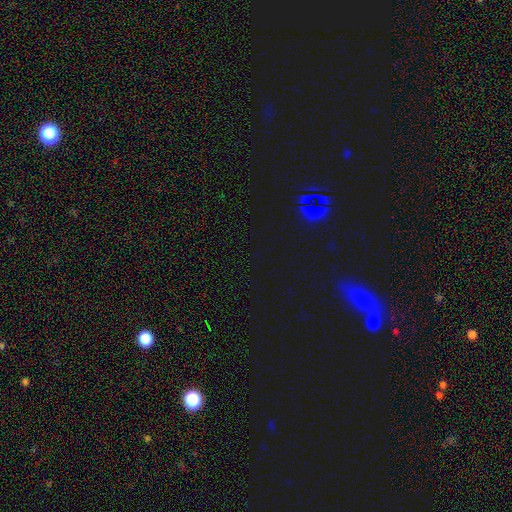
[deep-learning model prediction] smooth-or-featured: star or artifact: 76% | smooth: 17% | featured or disk: 7%